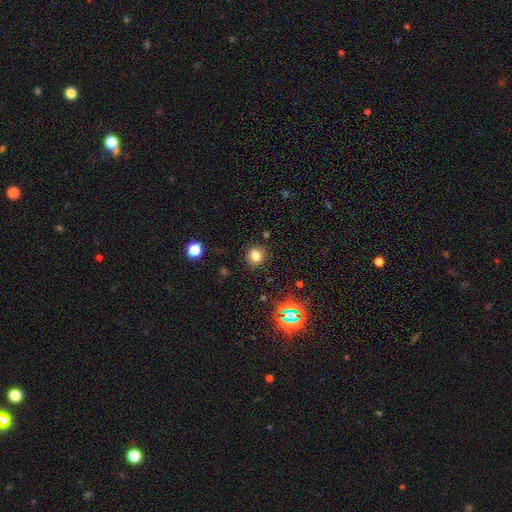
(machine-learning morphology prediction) Q: Smooth or featured?
A: smooth (77%); runner-up: star or artifact (16%)
Q: How rounded?
A: round (78%); runner-up: in between (21%)
Q: Merging?
A: none (87%); runner-up: minor disturbance (9%)